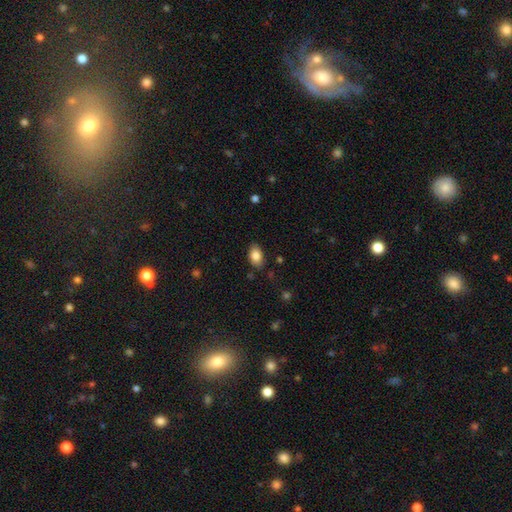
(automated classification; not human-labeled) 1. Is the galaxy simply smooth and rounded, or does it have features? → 84% smooth, 8% featured or disk, 8% star or artifact.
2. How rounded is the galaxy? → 88% in between, 11% round, 1% cigar-shaped.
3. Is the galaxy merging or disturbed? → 83% none, 13% minor disturbance, 3% major disturbance, 1% merger.